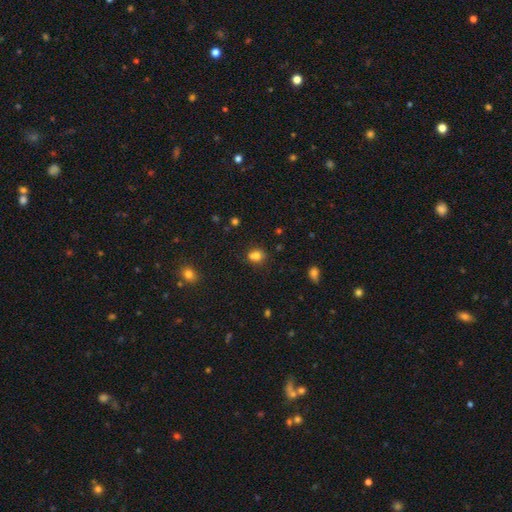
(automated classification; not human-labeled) This appears to be a smooth galaxy with no disk features (75%) that is round (65%). Merging: none (52%).